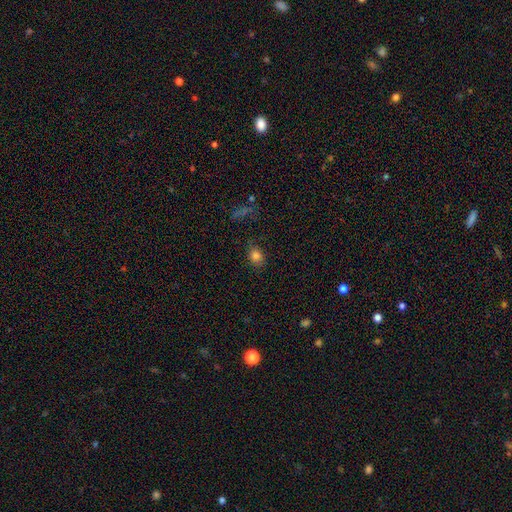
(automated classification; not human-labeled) This appears to be a smooth galaxy with no disk features (81%) that is round (50%). Merging: none (77%).